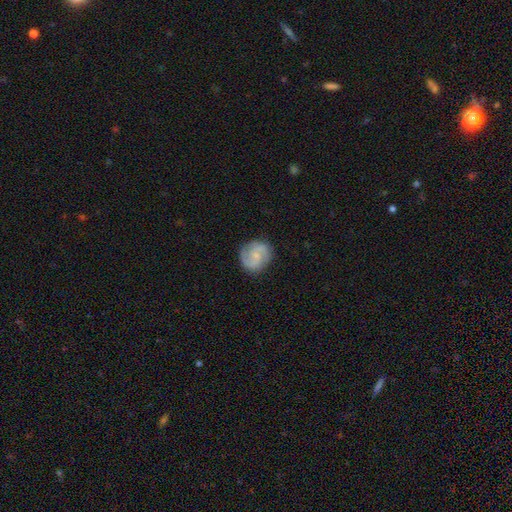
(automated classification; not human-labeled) This appears to be a featured or disk galaxy (64%) with no bar (53%), 2 (79%) medium (49%) spiral arms (93%) and a small central bulge (58%). Merging: none (82%).